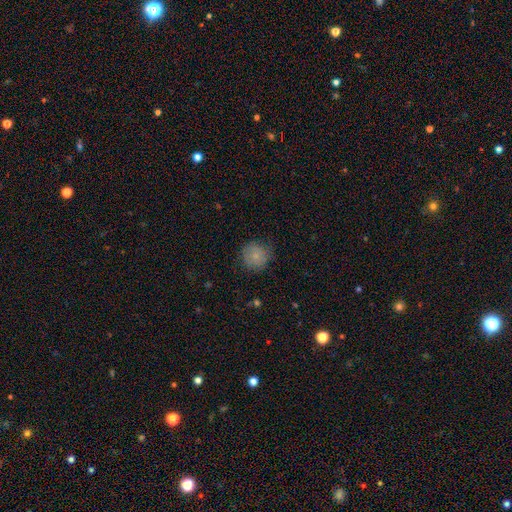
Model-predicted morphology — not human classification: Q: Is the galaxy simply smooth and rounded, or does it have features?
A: smooth — 79%.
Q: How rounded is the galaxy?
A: round — 91%.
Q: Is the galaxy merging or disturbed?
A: none — 75%.